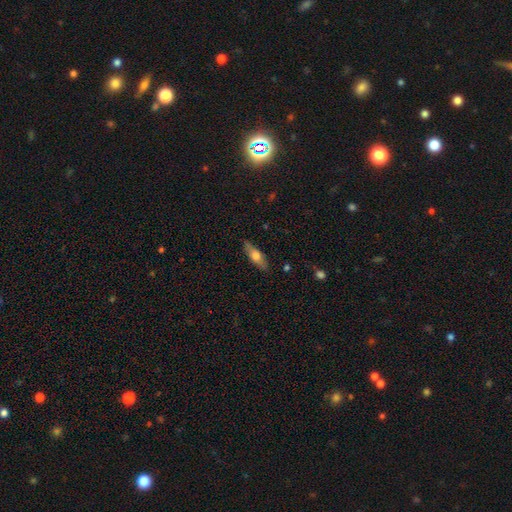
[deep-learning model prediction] This is possibly a smooth galaxy (60%). How rounded: possibly in between (57%). Merging: clearly none (84%).